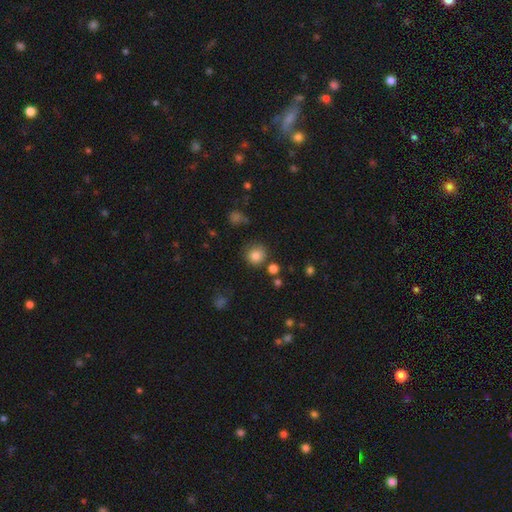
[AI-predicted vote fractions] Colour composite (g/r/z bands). It shows a smooth galaxy with no disk features (83%) that is round (92%). Merging: none (80%).